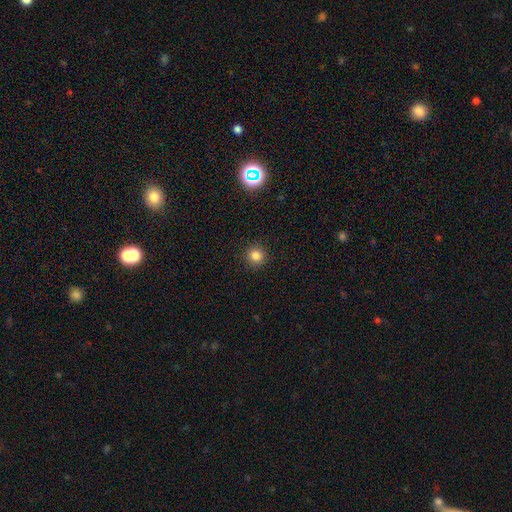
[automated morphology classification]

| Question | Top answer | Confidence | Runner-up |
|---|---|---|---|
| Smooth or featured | smooth | 82% | star or artifact (14%) |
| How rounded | round | 93% | in between (6%) |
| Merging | none | 91% | minor disturbance (6%) |